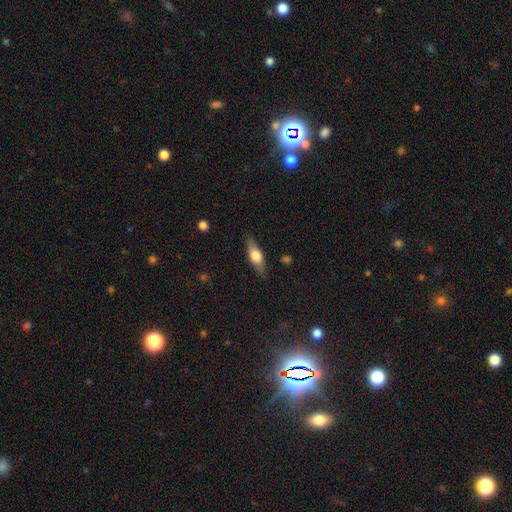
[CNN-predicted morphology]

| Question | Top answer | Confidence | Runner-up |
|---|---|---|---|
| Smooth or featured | smooth | 48% | featured or disk (45%) |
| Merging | none | 84% | minor disturbance (12%) |